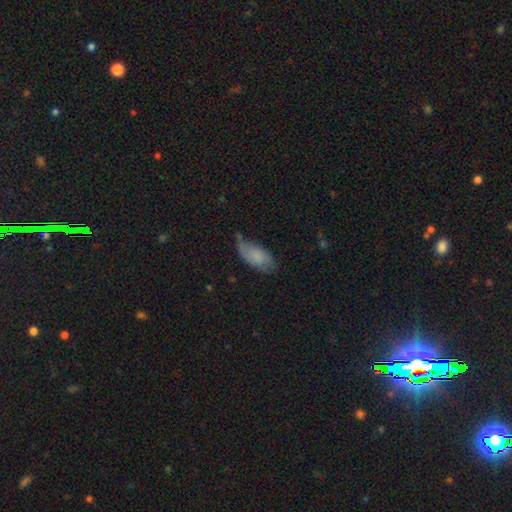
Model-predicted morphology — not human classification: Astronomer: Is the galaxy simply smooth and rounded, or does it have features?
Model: smooth — 70%.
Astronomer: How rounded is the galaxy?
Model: in between — 90%.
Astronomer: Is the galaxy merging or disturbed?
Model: none — 49% (runner-up: minor disturbance, 36%).